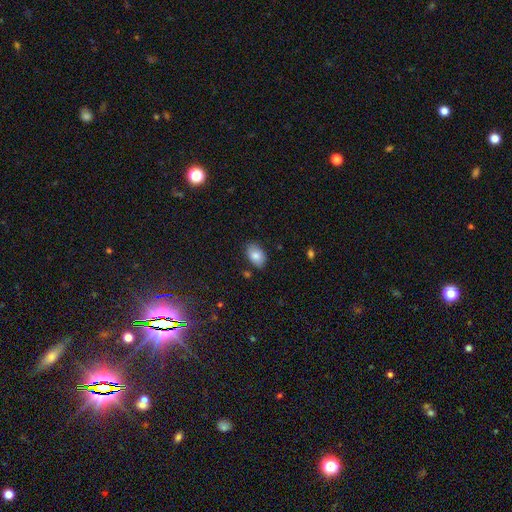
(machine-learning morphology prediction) A smooth galaxy with no disk features (83%) that is in between round and cigar-shaped (90%).

Vote fractions:
- Smooth or featured? smooth: 83% / featured or disk: 9% / star or artifact: 8%
- How rounded? in between: 90% / round: 8% / cigar-shaped: 1%
- Merging? none: 81% / minor disturbance: 14% / major disturbance: 3% / merger: 2%